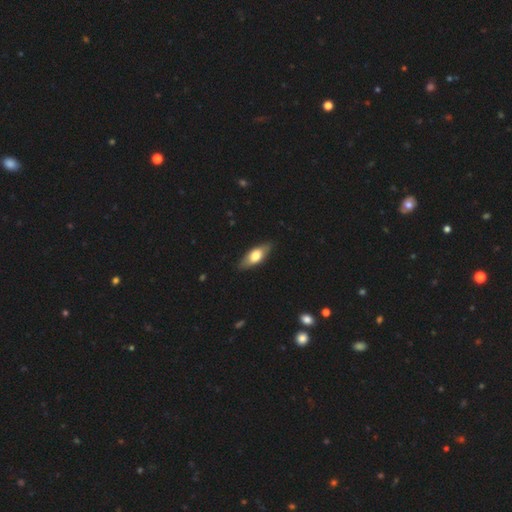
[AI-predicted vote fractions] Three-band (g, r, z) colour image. It shows a smooth galaxy with no disk features (61%) that is in between round and cigar-shaped (72%). Merging: none (86%).